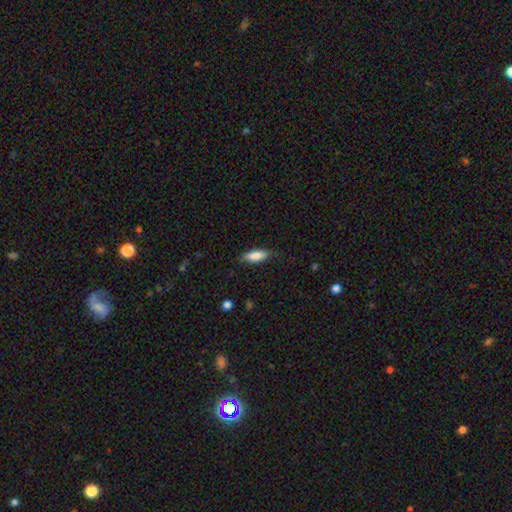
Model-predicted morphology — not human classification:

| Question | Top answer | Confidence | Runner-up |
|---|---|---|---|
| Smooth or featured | smooth | 84% | featured or disk (10%) |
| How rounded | in between | 61% | cigar-shaped (37%) |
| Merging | none | 81% | minor disturbance (15%) |